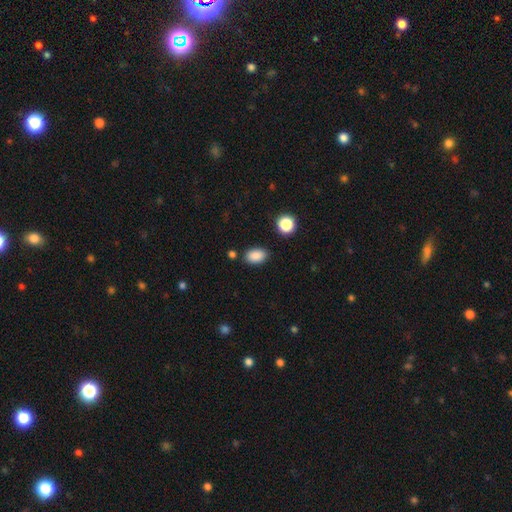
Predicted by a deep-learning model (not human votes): This is clearly a smooth galaxy (87%). How rounded: clearly in between (87%). Merging: clearly none (82%).